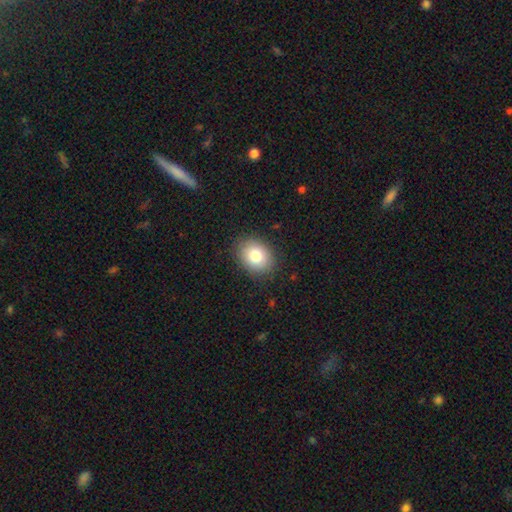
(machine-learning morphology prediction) type=smooth (82%); roundness=in between (61%); merging=none (86%).